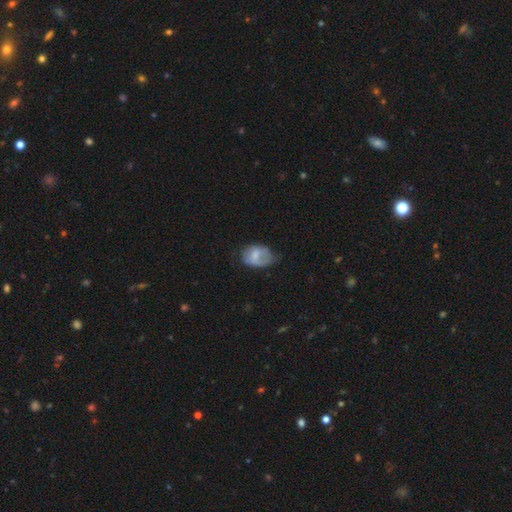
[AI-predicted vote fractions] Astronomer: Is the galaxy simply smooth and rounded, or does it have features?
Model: smooth — 68%.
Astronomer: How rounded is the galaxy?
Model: in between — 79%.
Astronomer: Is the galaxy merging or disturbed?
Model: minor disturbance — 41% (runner-up: none, 38%).